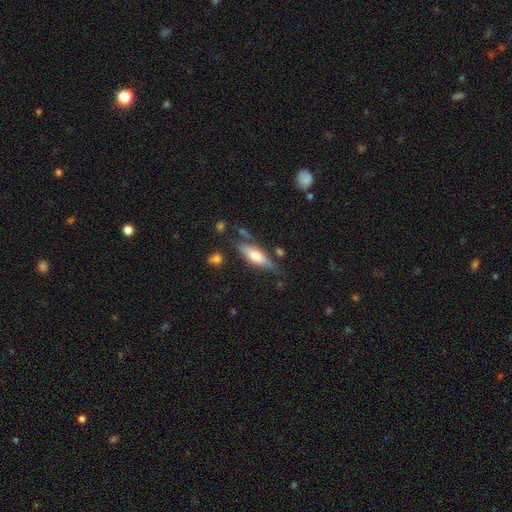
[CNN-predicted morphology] The model was most divided on "how rounded": in between: 56%, cigar-shaped: 42%, round: 2%. More confident: merging — none (66%); smooth or featured — smooth (54%).